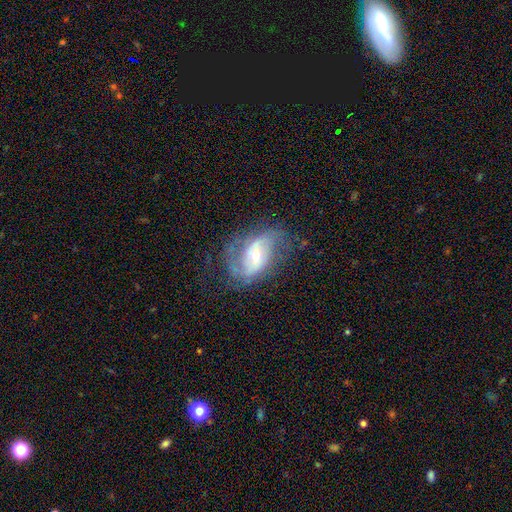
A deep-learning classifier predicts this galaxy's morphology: featured or disk 79%, smooth 14%, star or artifact 8%. Down the decision tree: edge-on disk — no (95%); bar — weak (43%); spiral arms — yes (88%); spiral arm count — 2 (73%); spiral winding — loose (42%); bulge size — small (52%); merging — none (60%).